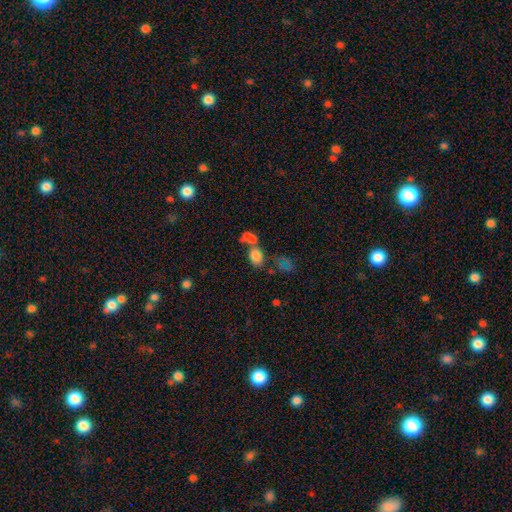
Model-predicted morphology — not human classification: smooth_or_featured: smooth (p=0.76) [alt: featured or disk p=0.13]
how_rounded: in between (p=0.67) [alt: round p=0.31]
merging: merger (p=0.49) [alt: none p=0.32]